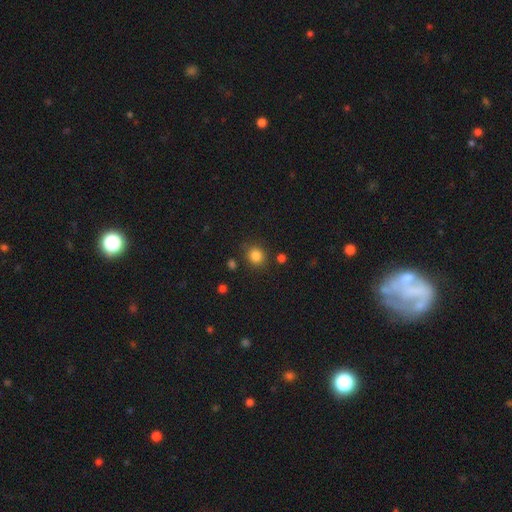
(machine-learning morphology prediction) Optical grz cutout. It shows a smooth galaxy with no disk features (84%) that is round (81%). Merging: none (82%).